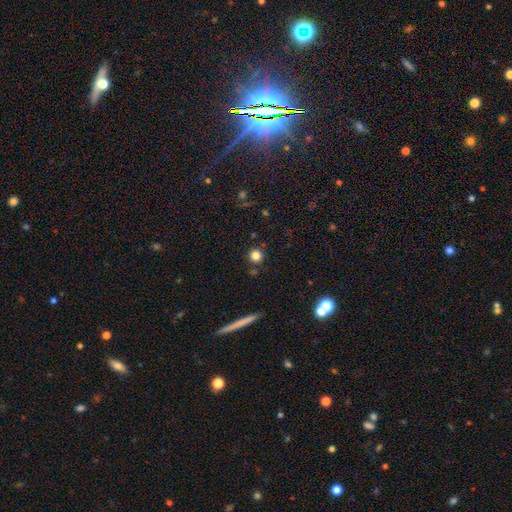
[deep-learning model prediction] Morphology: type=smooth (81%); roundness=round (93%); merging=none (85%).